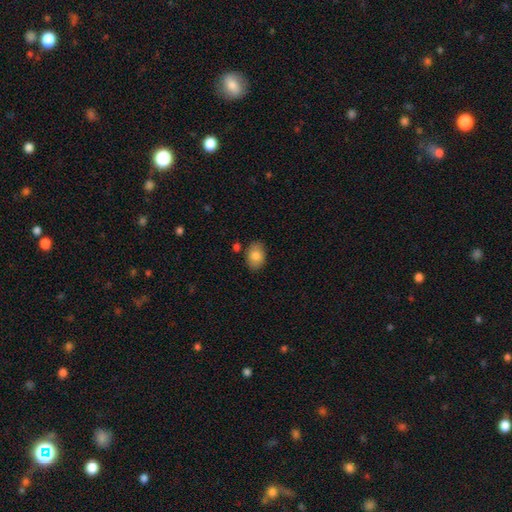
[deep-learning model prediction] Morphology: type=smooth (83%); roundness=in between (81%); merging=none (82%).